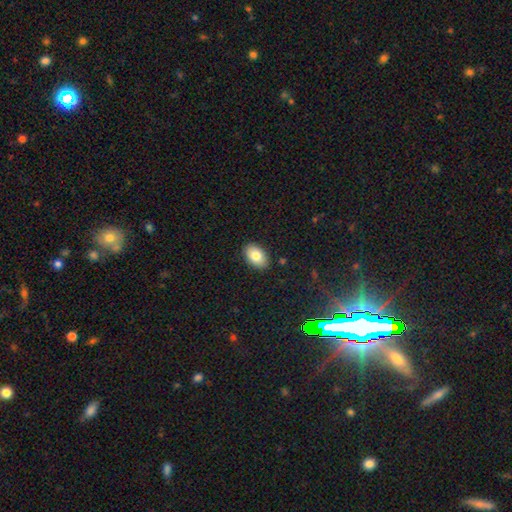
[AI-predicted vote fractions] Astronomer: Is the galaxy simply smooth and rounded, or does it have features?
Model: smooth — 82%.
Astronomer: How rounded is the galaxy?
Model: in between — 90%.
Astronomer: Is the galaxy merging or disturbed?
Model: none — 88%.